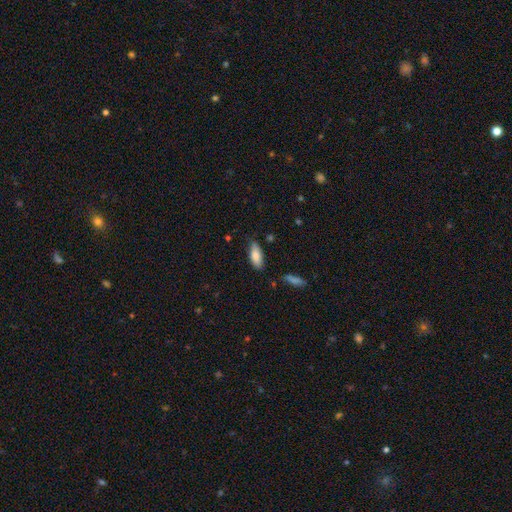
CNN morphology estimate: A smooth galaxy with no disk features (83%) that is in between round and cigar-shaped (77%). Merging: none (77%).